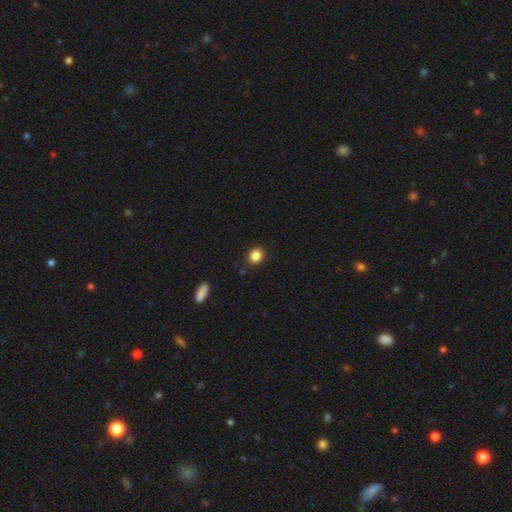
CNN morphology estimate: Smooth or featured?
  - smooth: 86% *
  - star or artifact: 10%
  - featured or disk: 4%
How rounded?
  - round: 71% *
  - in between: 28%
  - cigar-shaped: 1%
Merging?
  - none: 89% *
  - minor disturbance: 8%
  - major disturbance: 2%
  - merger: 1%